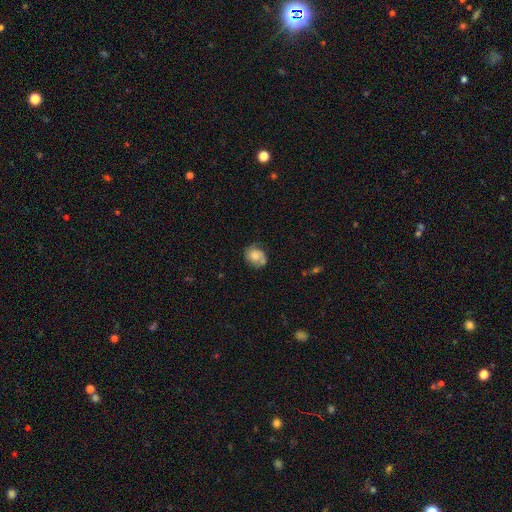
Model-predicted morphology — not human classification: Overall: smooth (52%; featured or disk 39%). How rounded: round (56%; in between 43%). Merging: none (63%; minor disturbance 26%).